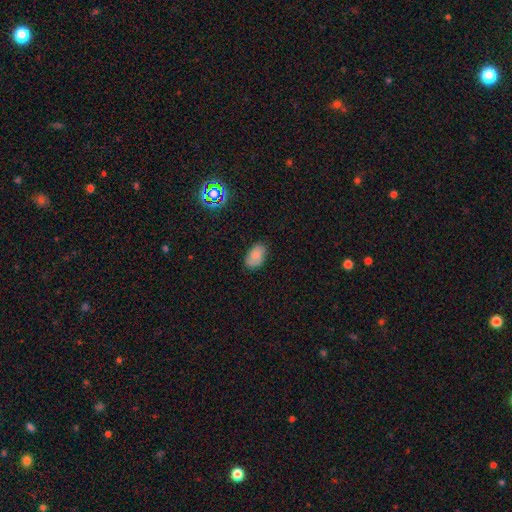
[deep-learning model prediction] smooth-or-featured: smooth: 78% | featured or disk: 12% | star or artifact: 10%
  how-rounded: in between: 91% | round: 8% | cigar-shaped: 1%
  merging: none: 76% | minor disturbance: 19% | major disturbance: 4% | merger: 1%